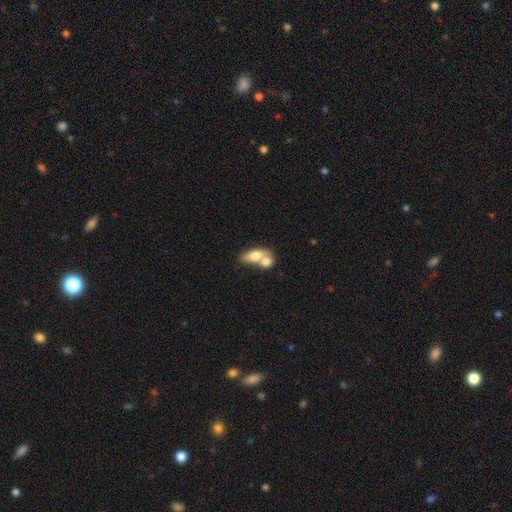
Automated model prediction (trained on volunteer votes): Smooth or featured?
  - smooth: 70% *
  - featured or disk: 23%
  - star or artifact: 7%
How rounded?
  - in between: 78% *
  - round: 12%
  - cigar-shaped: 10%
Merging?
  - merger: 67% *
  - none: 20%
  - minor disturbance: 8%
  - major disturbance: 5%